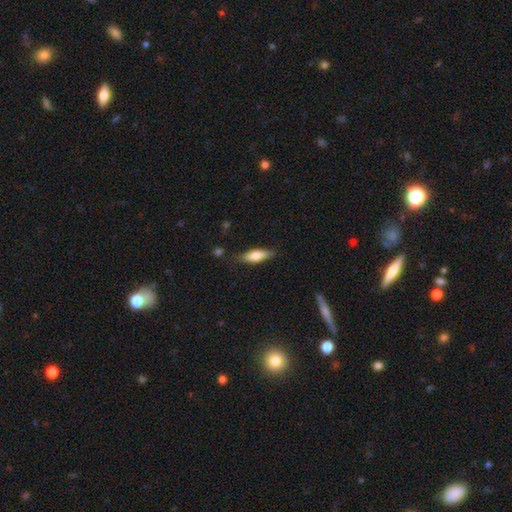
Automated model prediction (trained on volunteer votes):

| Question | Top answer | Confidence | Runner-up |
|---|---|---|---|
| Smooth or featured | smooth | 69% | featured or disk (25%) |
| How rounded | in between | 55% | cigar-shaped (43%) |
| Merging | none | 79% | minor disturbance (15%) |